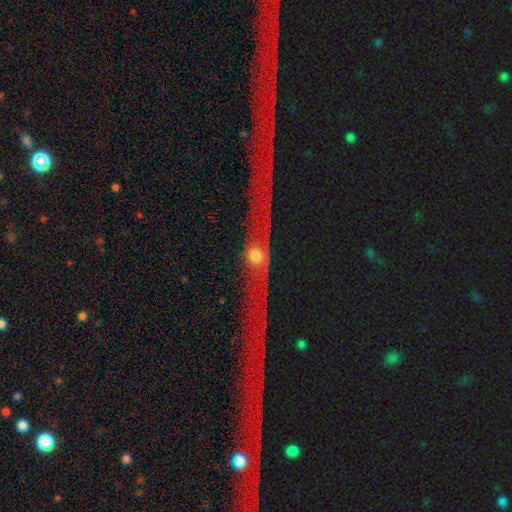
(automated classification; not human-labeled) A featured or disk galaxy (49%). Merging: none (61%).